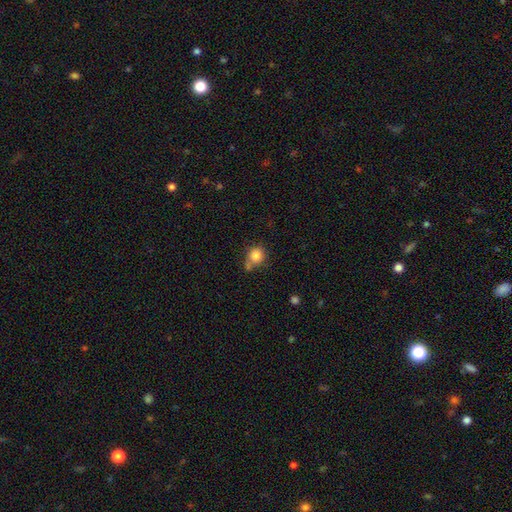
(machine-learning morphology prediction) The model was most divided on "merging": none: 52%, merger: 22%, minor disturbance: 19%, major disturbance: 6%. More confident: smooth or featured — smooth (83%); how rounded — round (81%).